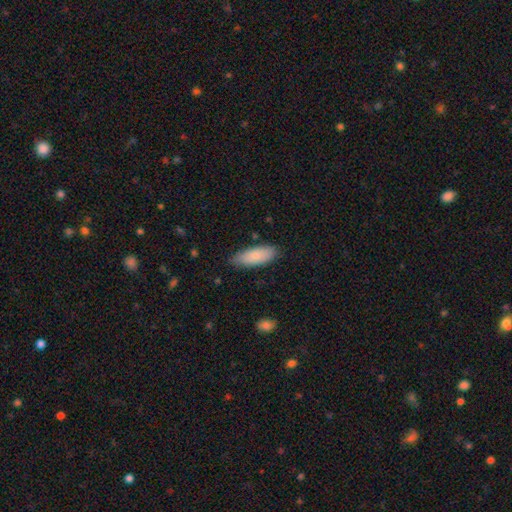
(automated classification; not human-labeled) smooth 84%, featured or disk 10%, star or artifact 6%. Down the decision tree: how rounded — in between (77%); merging — none (81%).